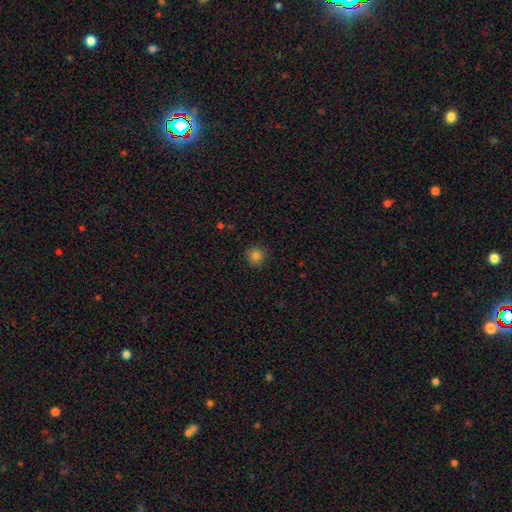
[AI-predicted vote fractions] Smooth or featured? smooth (83%)
How rounded? round (93%)
Merging? none (90%)